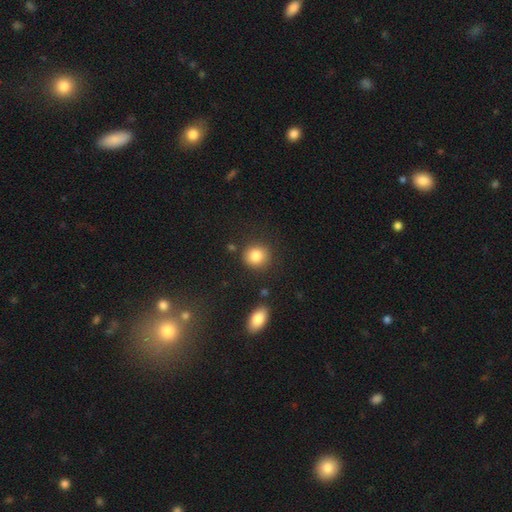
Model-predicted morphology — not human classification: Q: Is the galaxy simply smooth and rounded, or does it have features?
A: smooth — 85%.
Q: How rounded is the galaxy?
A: round — 82%.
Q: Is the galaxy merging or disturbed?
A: none — 83%.